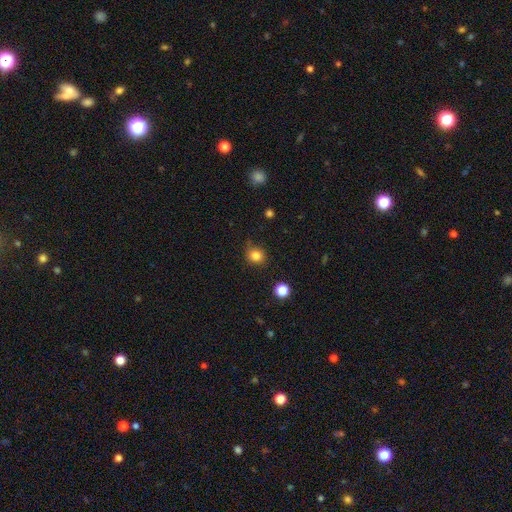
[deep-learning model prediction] Overall: smooth (83%). How rounded: round (82%). Merging: none (84%).